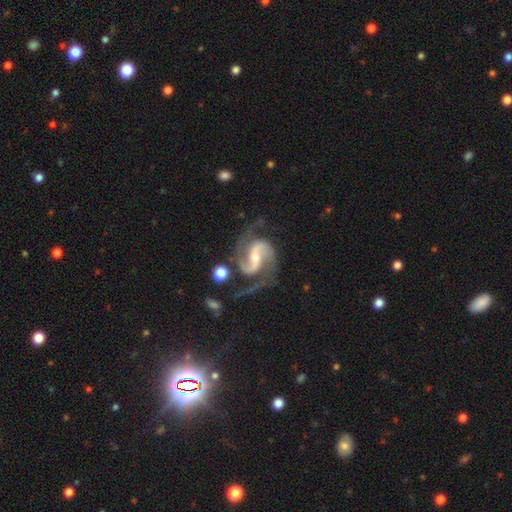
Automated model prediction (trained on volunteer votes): Smooth or featured? featured or disk (92%)
Edge-on disk? no (98%)
Bar? weak (45%)
Spiral arms? yes (98%)
Spiral winding? medium (60%)
Spiral arm count? 2 (88%)
Bulge size? small (48%)
Merging? none (64%)